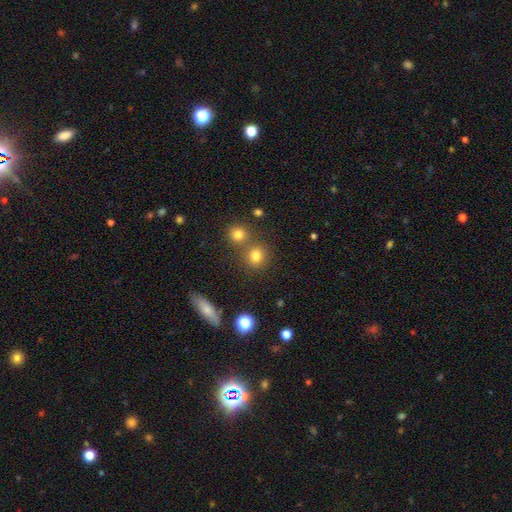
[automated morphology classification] The model was most divided on "merging": none: 66%, merger: 23%, minor disturbance: 8%, major disturbance: 3%. More confident: how rounded — round (83%); smooth or featured — smooth (77%).